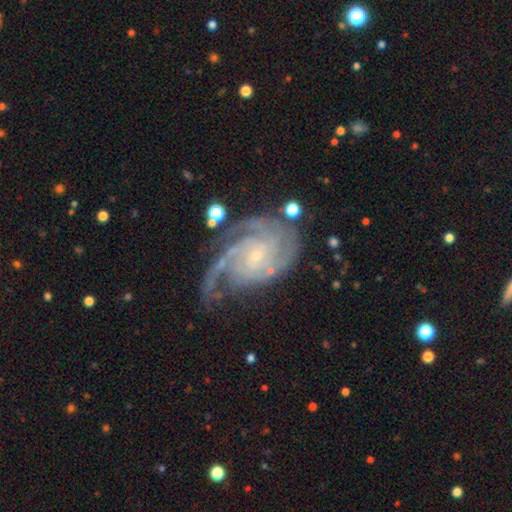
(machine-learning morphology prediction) Q: Smooth or featured?
A: featured or disk (90%); runner-up: star or artifact (5%)
Q: Edge-on disk?
A: no (98%); runner-up: yes (2%)
Q: Bar?
A: no (67%); runner-up: weak (27%)
Q: Spiral arms?
A: yes (98%); runner-up: no (2%)
Q: Spiral winding?
A: tight (62%); runner-up: medium (32%)
Q: Spiral arm count?
A: 3 (27%); runner-up: 4 (21%)
Q: Bulge size?
A: small (84%); runner-up: moderate (11%)
Q: Merging?
A: none (59%); runner-up: minor disturbance (23%)